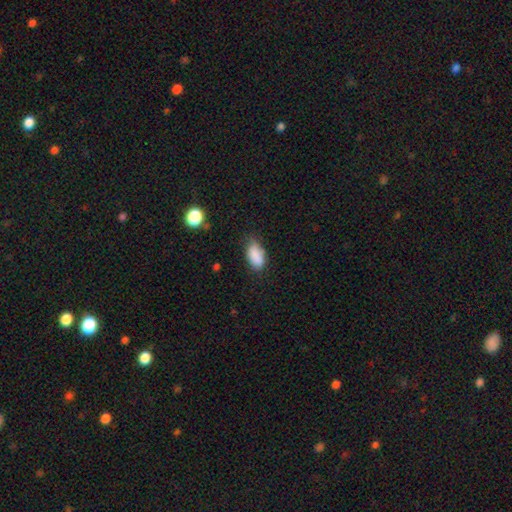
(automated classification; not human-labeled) Smooth or featured? Predicted: smooth (p=0.85). How rounded? Predicted: in between (p=0.90). Merging? Predicted: none (p=0.57).